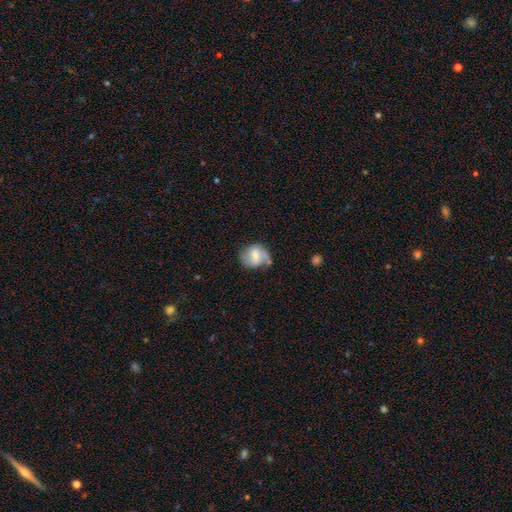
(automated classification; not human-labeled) Smooth or featured? featured or disk (56%)
Edge-on disk? no (97%)
Bar? weak (48%)
Spiral arms? yes (83%)
Bulge size? moderate (44%, tied with small)
Merging? none (51%)